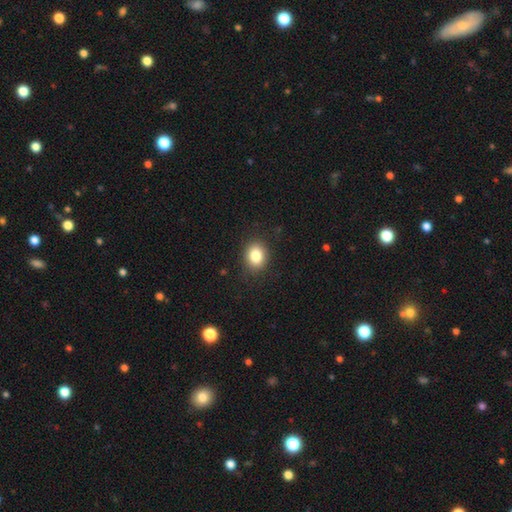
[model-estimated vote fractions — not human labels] Q: Smooth or featured?
A: smooth (84%); runner-up: star or artifact (10%)
Q: How rounded?
A: round (51%); runner-up: in between (48%)
Q: Merging?
A: none (87%); runner-up: minor disturbance (9%)